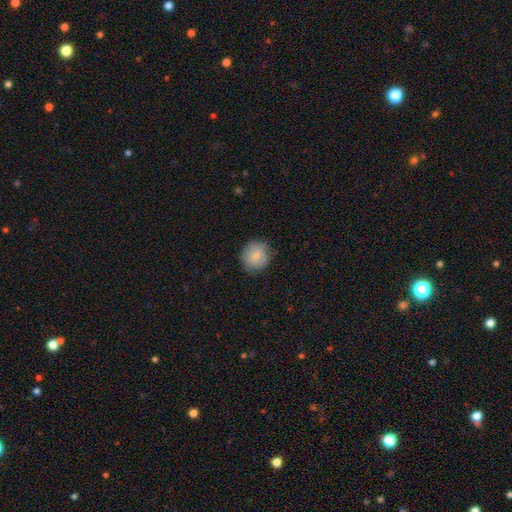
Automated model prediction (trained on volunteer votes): The model was most divided on "how rounded": round: 83%, in between: 16%, cigar-shaped: 1%. More confident: merging — none (82%); smooth or featured — smooth (80%).